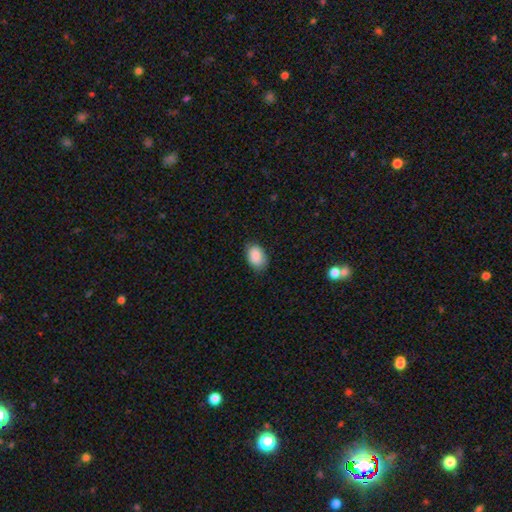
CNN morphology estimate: A smooth galaxy with no disk features (89%) that is in between round and cigar-shaped (87%). Merging: none (78%).